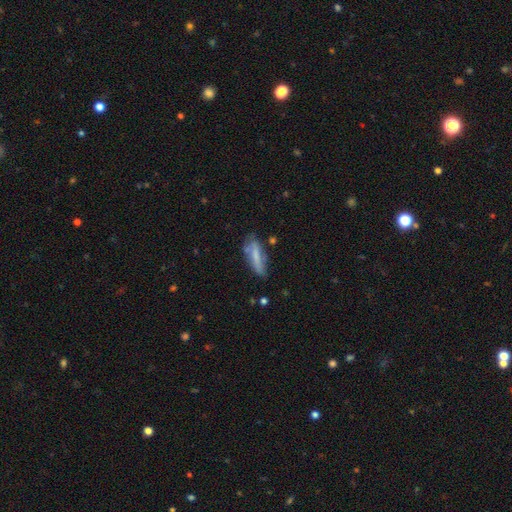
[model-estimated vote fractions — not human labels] A smooth galaxy with no disk features (59%) that is cigar-shaped (53%). Merging: none (52%).